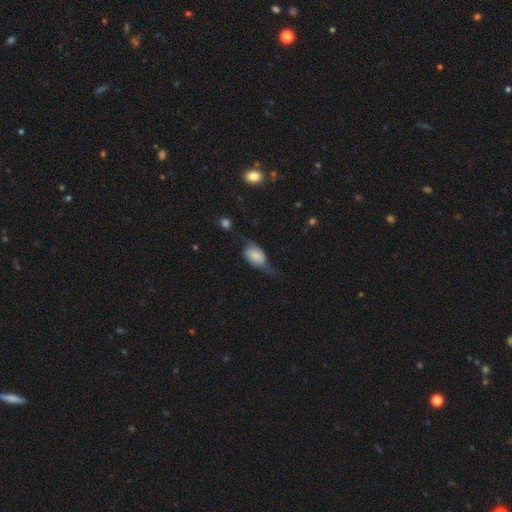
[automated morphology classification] This is possibly a smooth galaxy (58%). How rounded: clearly in between (83%). Merging: marginally minor disturbance (35%).